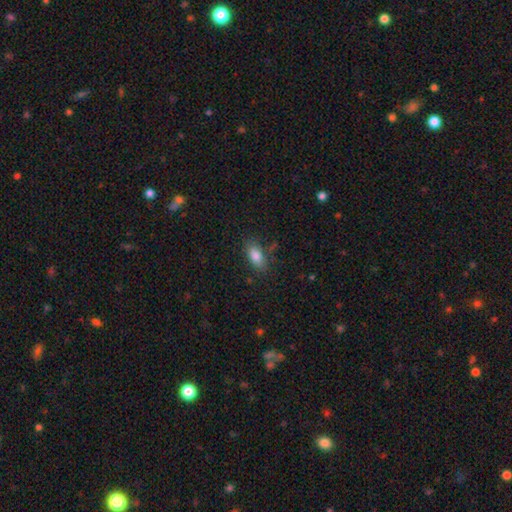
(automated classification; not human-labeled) This is clearly a smooth galaxy (83%). How rounded: clearly in between (88%). Merging: likely none (76%).